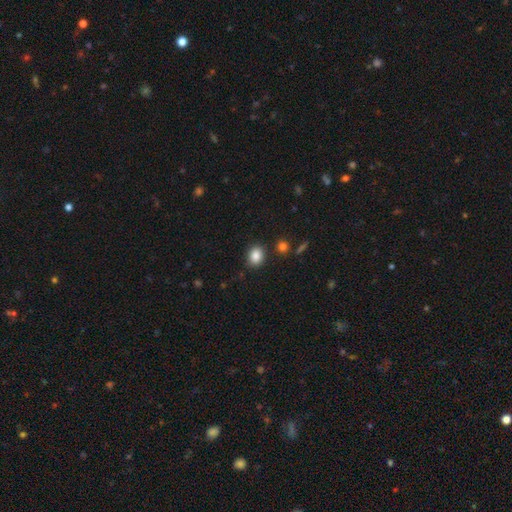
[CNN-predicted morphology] A smooth galaxy with no disk features (86%) that is round (50%).

Vote fractions:
- Smooth or featured? smooth: 86% / star or artifact: 9% / featured or disk: 5%
- How rounded? round: 50% / in between: 49% / cigar-shaped: 1%
- Merging? none: 85% / minor disturbance: 9% / merger: 3% / major disturbance: 2%